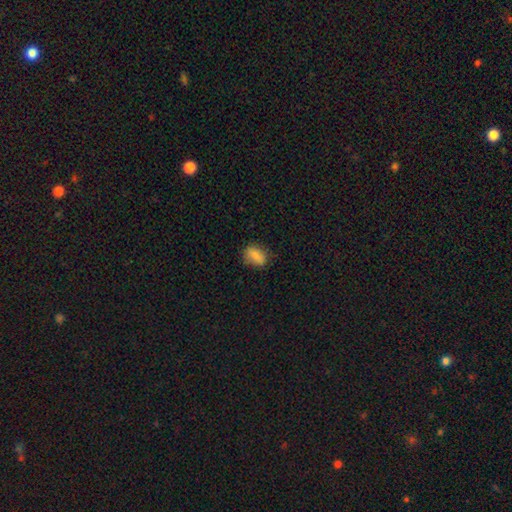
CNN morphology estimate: smooth_or_featured: smooth (p=0.83) [alt: featured or disk p=0.09]
how_rounded: in between (p=0.80) [alt: round p=0.16]
merging: none (p=0.77) [alt: minor disturbance p=0.18]